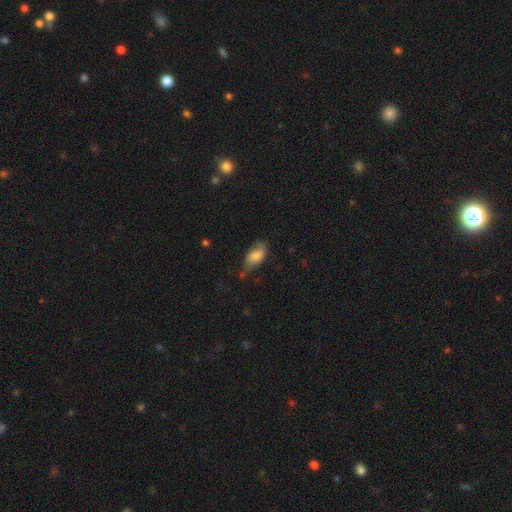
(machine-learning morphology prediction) type=smooth (77%); roundness=in between (90%); merging=none (45%).